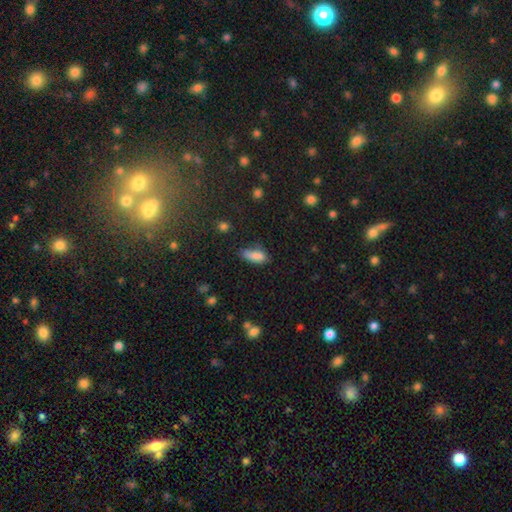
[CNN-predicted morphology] Smooth or featured: smooth — 83% (star or artifact — 9%)
How rounded: in between — 78% (cigar-shaped — 19%)
Merging: none — 53% (minor disturbance — 33%)